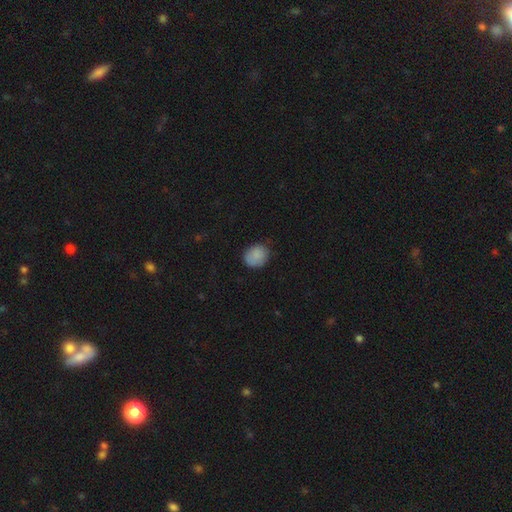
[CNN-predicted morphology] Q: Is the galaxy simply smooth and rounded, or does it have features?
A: smooth — 85%.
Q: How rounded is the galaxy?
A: round — 59%.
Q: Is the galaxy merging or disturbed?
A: none — 73%.